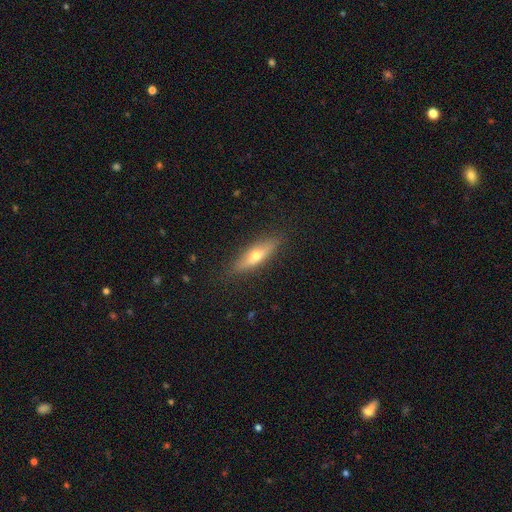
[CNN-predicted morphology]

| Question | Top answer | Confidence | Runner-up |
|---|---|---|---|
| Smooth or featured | featured or disk | 51% | smooth (43%) |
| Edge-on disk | yes | 86% | no (14%) |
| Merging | none | 87% | minor disturbance (10%) |